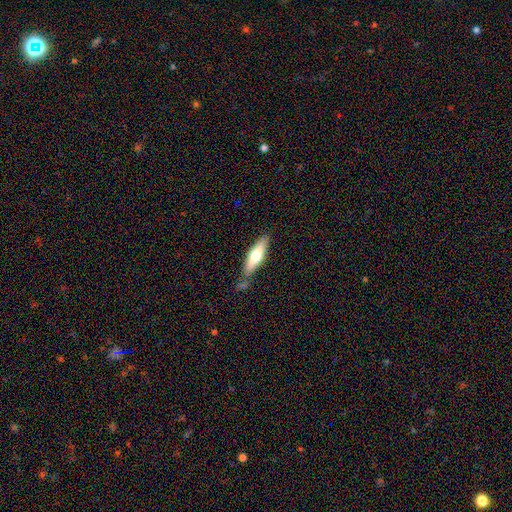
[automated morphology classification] A smooth galaxy with no disk features (59%) that is cigar-shaped (61%).

Vote fractions:
- Smooth or featured? smooth: 59% / featured or disk: 35% / star or artifact: 6%
- How rounded? cigar-shaped: 61% / in between: 37% / round: 2%
- Merging? none: 73% / minor disturbance: 17% / merger: 7% / major disturbance: 4%